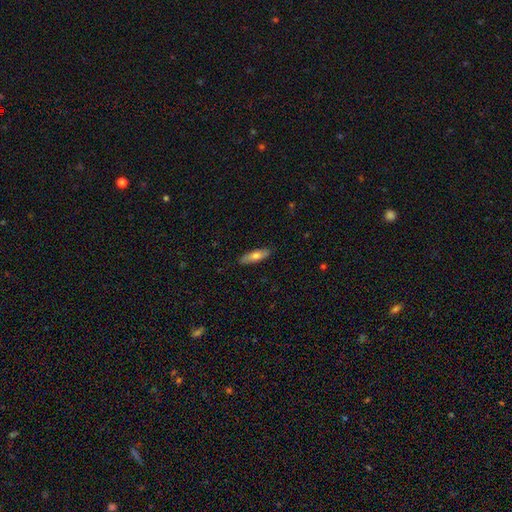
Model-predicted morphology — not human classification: A smooth galaxy with no disk features (68%) that is cigar-shaped (50%).

Vote fractions:
- Smooth or featured? smooth: 68% / featured or disk: 26% / star or artifact: 6%
- How rounded? cigar-shaped: 50% / in between: 48% / round: 2%
- Merging? none: 86% / minor disturbance: 11% / major disturbance: 2% / merger: 1%